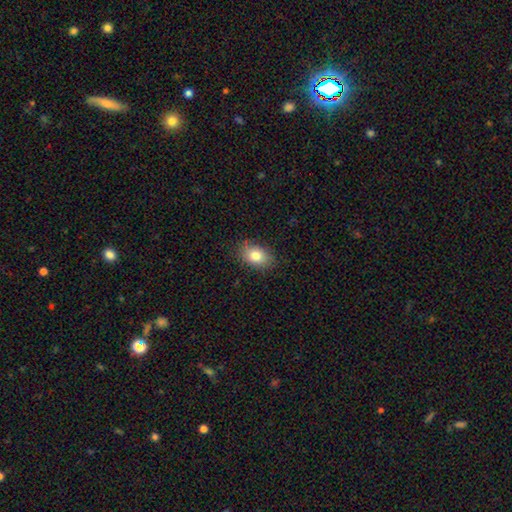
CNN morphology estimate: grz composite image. It shows a smooth galaxy with no disk features (82%) that is in between round and cigar-shaped (80%). Merging: none (84%).